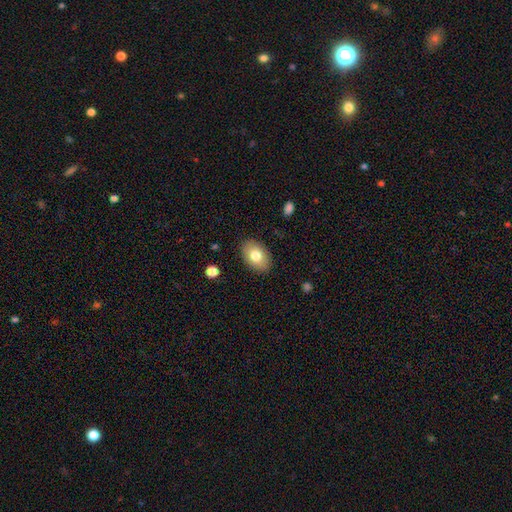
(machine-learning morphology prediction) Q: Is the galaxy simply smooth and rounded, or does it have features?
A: smooth — 79%.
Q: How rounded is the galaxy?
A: in between — 88%.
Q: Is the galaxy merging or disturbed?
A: none — 87%.